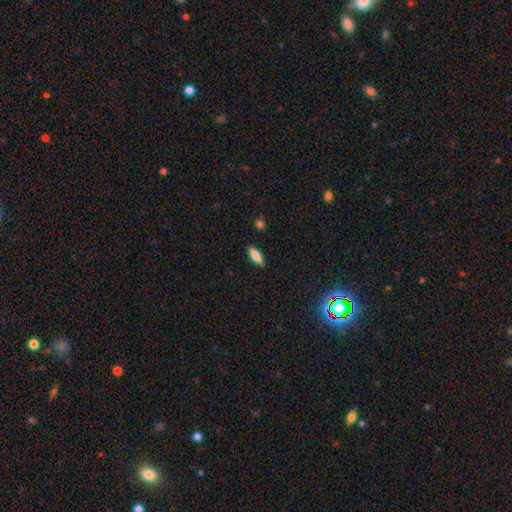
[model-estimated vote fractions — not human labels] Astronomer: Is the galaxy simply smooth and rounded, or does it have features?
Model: smooth — 85%.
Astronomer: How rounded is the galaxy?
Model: in between — 64%.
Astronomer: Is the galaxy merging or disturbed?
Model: none — 87%.